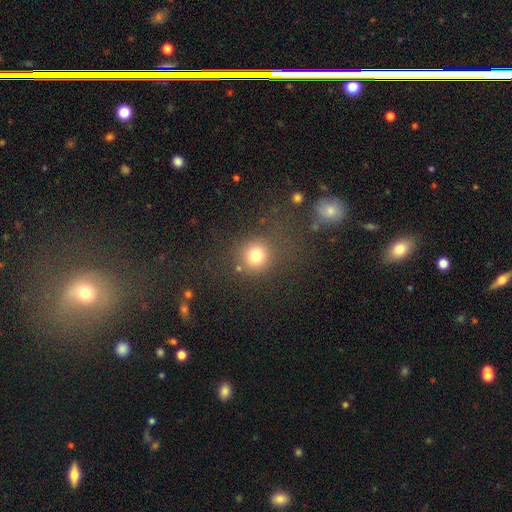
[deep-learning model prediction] Q: Smooth or featured?
A: smooth (78%); runner-up: star or artifact (14%)
Q: How rounded?
A: round (88%); runner-up: in between (11%)
Q: Merging?
A: none (73%); runner-up: minor disturbance (12%)